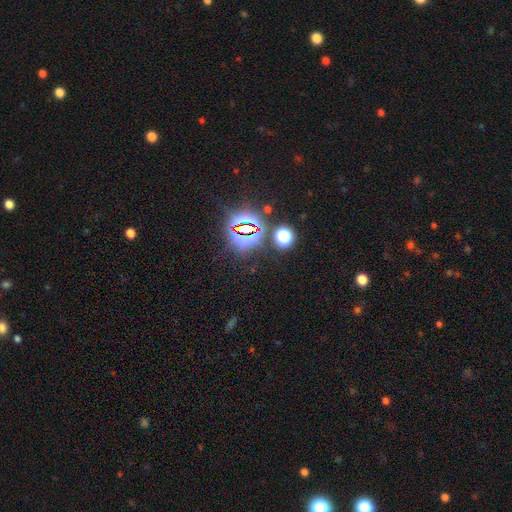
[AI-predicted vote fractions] Smooth or featured? star or artifact (81%)